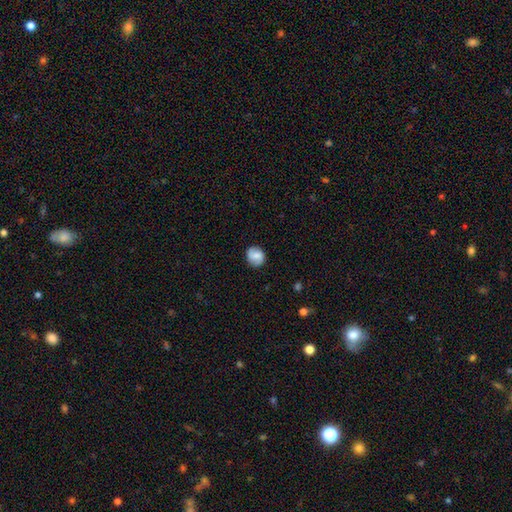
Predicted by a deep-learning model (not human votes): Smooth or featured? smooth (56%)
How rounded? round (80%)
Merging? none (82%)